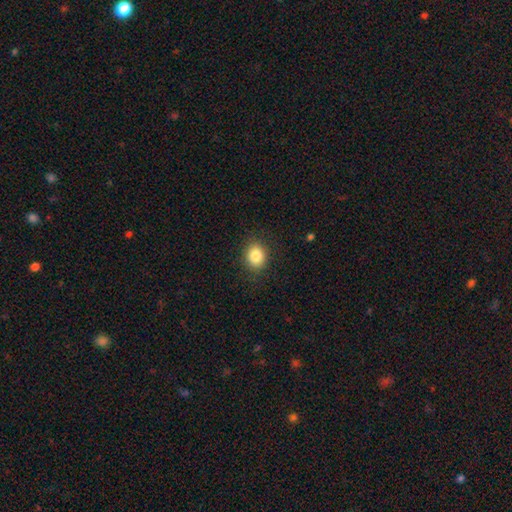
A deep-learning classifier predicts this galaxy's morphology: This appears to be a smooth galaxy with no disk features (85%) that is round (59%). Merging: none (88%).